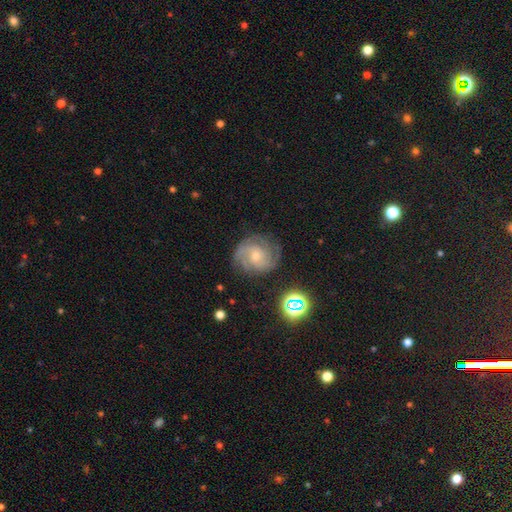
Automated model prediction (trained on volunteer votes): This is likely a featured or disk galaxy (79%). It is clearly not viewed edge-on (98%). Bar: likely no (66%). Spiral arm pattern: clearly yes (96%). Spiral arm count: marginally 2 (38%). Spiral winding: possibly tight (56%). Central bulge: likely small (61%). Merging: likely none (77%).